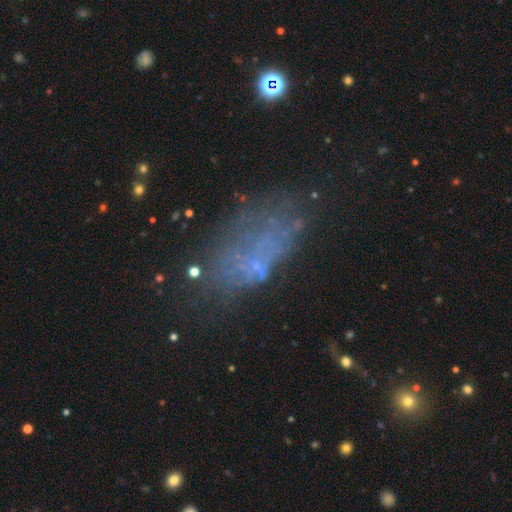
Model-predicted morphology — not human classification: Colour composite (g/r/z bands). It shows a smooth galaxy with no disk features (40%). Merging: none (46%).